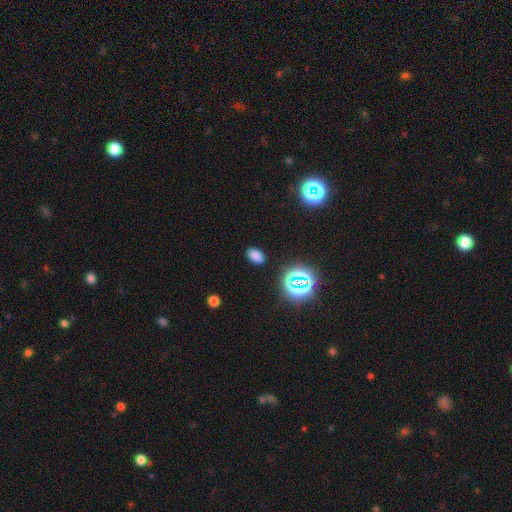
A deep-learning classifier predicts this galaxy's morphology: Smooth or featured? smooth (73%)
How rounded? in between (88%)
Merging? none (87%)